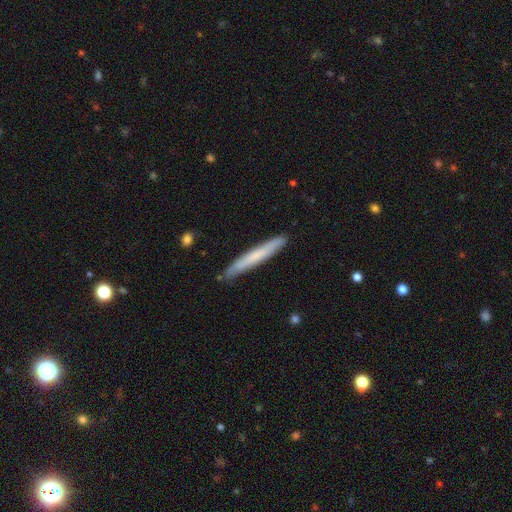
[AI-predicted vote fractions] Morphology: type=smooth (63%); roundness=cigar-shaped (96%); merging=none (85%).